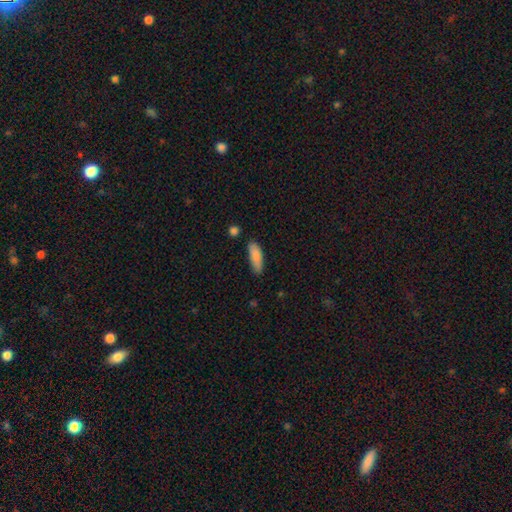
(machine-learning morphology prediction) smooth-or-featured: smooth: 86% | featured or disk: 7% | star or artifact: 6%
  how-rounded: in between: 58% | cigar-shaped: 40% | round: 2%
  merging: none: 73% | minor disturbance: 20% | major disturbance: 4% | merger: 3%